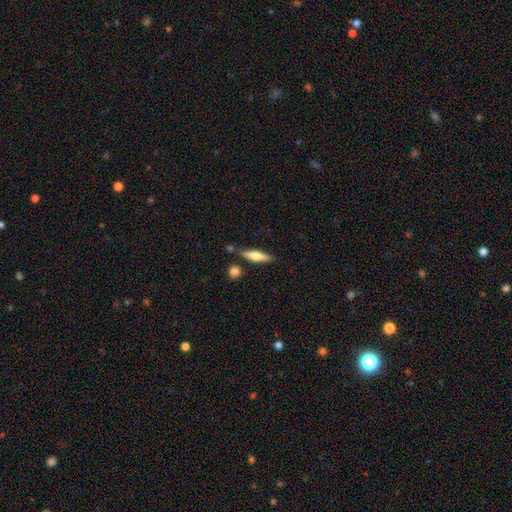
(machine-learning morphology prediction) The model was most divided on "smooth or featured": smooth: 53%, featured or disk: 41%, star or artifact: 6%. More confident: merging — none (81%); how rounded — cigar-shaped (70%).